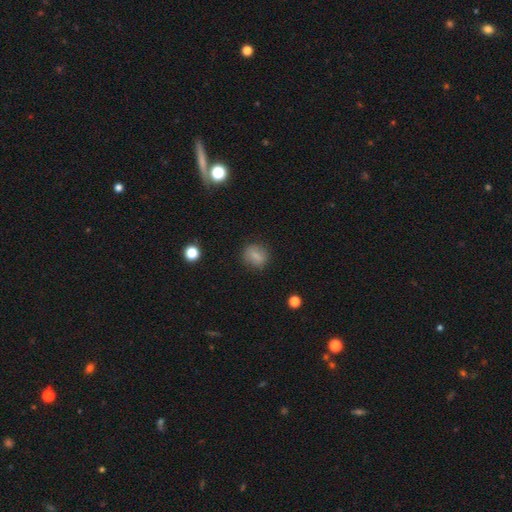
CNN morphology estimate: A smooth galaxy with no disk features (81%) that is round (67%). Merging: none (84%).